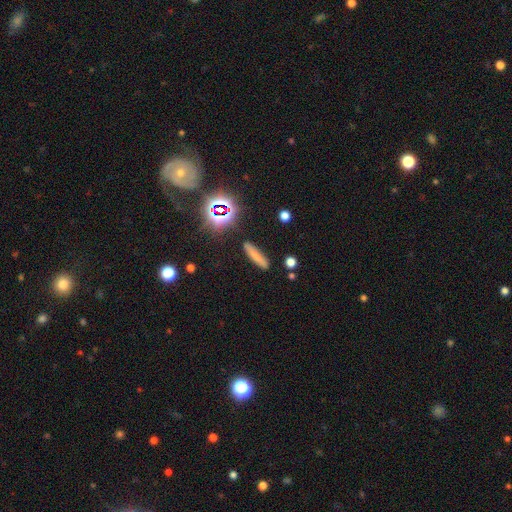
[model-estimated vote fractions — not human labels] smooth_or_featured: smooth (p=0.69) [alt: featured or disk p=0.16]
how_rounded: cigar-shaped (p=0.83) [alt: in between p=0.14]
merging: none (p=0.86) [alt: minor disturbance p=0.09]